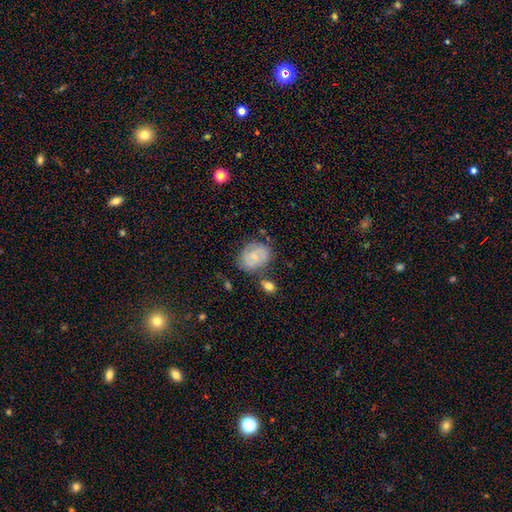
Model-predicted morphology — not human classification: Smooth or featured: smooth — 57% (featured or disk — 36%)
How rounded: in between — 51% (round — 48%)
Merging: none — 62% (minor disturbance — 23%)